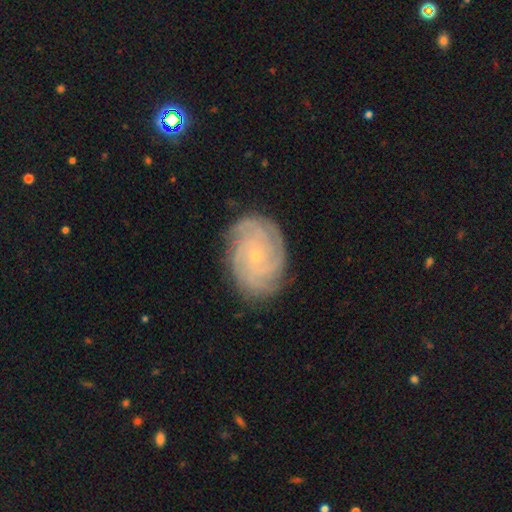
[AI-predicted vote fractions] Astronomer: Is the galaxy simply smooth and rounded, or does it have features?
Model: featured or disk — 84%.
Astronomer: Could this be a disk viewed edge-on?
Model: no — 97%.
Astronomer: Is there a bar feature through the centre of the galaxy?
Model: no — 80%.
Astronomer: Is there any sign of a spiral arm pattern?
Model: yes — 97%.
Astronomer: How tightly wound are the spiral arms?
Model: tight — 77%.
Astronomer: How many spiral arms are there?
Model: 4 — 30% (runner-up: can't tell, 23%).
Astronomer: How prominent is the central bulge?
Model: small — 81%.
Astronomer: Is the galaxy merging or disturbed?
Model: none — 83%.